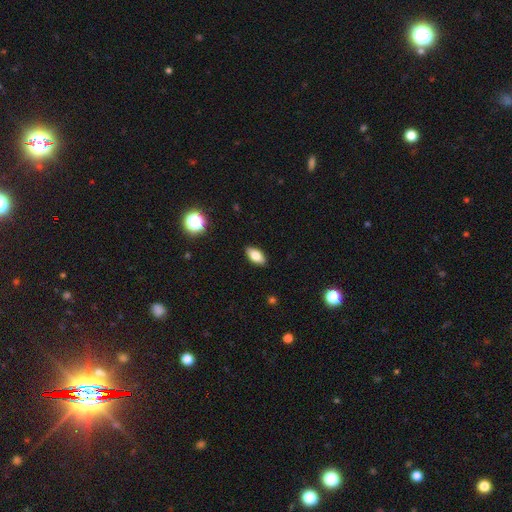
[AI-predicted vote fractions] smooth-or-featured: smooth: 80% | featured or disk: 11% | star or artifact: 9%
  how-rounded: in between: 91% | cigar-shaped: 6% | round: 4%
  merging: none: 89% | minor disturbance: 8% | major disturbance: 2% | merger: 1%